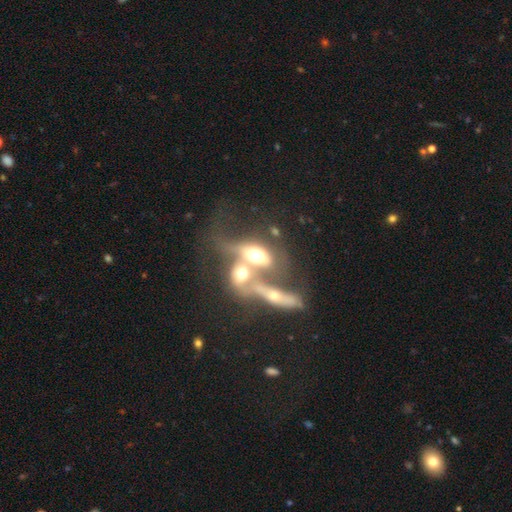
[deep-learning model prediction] Smooth or featured? Predicted: smooth (p=0.44). Merging? Predicted: merger (p=0.71).